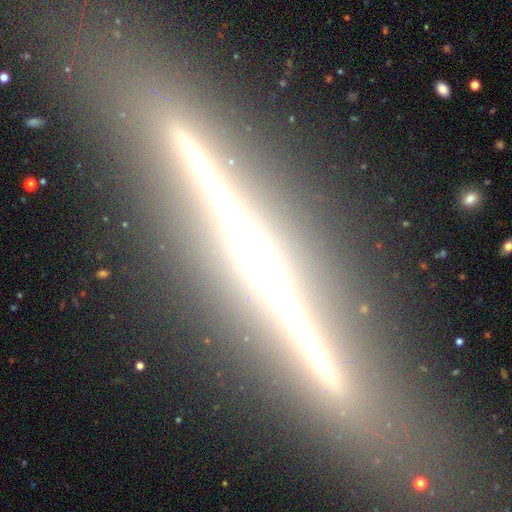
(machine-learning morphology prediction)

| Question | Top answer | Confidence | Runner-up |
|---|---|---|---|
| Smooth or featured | featured or disk | 84% | star or artifact (10%) |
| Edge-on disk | yes | 97% | no (3%) |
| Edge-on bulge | none | 47% | rounded (35%) |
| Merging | none | 88% | minor disturbance (7%) |